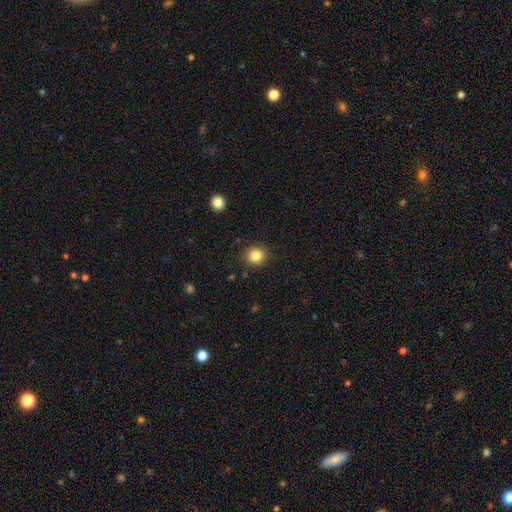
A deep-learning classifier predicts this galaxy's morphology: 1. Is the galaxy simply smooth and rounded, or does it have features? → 83% smooth, 11% star or artifact, 5% featured or disk.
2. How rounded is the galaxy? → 87% round, 12% in between, 1% cigar-shaped.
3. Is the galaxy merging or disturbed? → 89% none, 7% minor disturbance, 2% major disturbance, 1% merger.